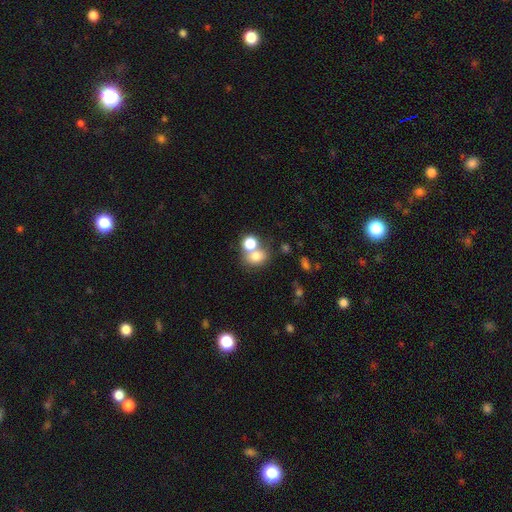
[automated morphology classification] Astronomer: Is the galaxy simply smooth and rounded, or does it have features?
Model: smooth — 75%.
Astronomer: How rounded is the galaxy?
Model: round — 61% (runner-up: in between, 38%).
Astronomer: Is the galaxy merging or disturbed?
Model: none — 43%, tied with merger at 43%.